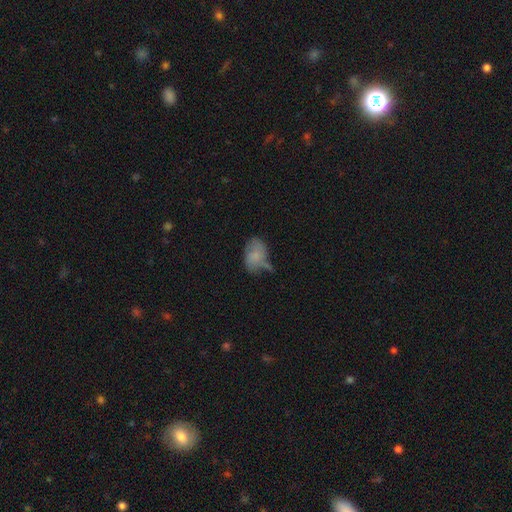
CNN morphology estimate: type=smooth (68%); roundness=in between (85%); merging=none (36%).